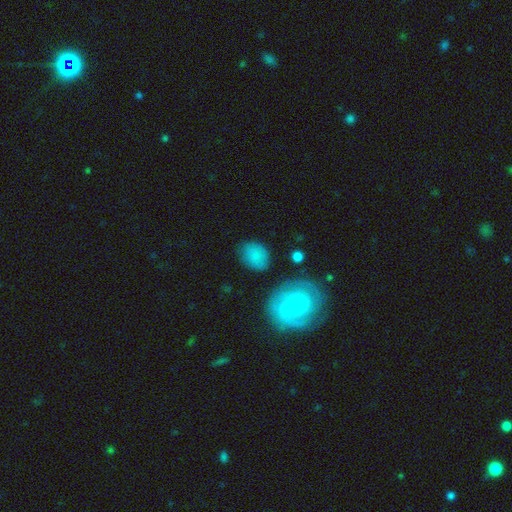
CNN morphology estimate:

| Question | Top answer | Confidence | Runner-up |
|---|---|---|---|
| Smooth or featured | smooth | 75% | featured or disk (18%) |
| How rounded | in between | 56% | round (43%) |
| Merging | none | 74% | minor disturbance (16%) |